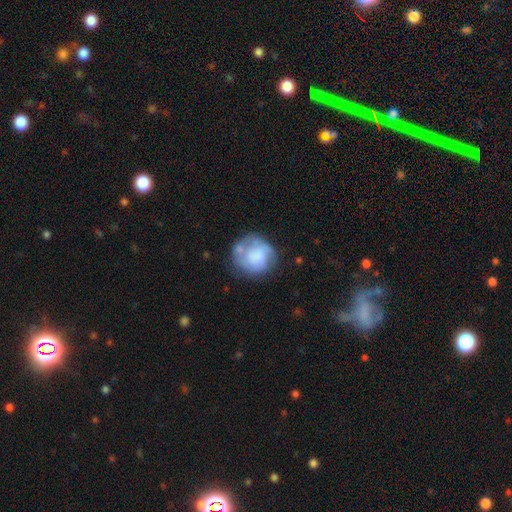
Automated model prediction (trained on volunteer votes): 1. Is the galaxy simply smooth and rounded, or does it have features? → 55% smooth, 38% featured or disk, 7% star or artifact.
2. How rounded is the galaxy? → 84% round, 15% in between, 1% cigar-shaped.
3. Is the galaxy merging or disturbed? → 49% none, 24% minor disturbance, 17% major disturbance, 10% merger.